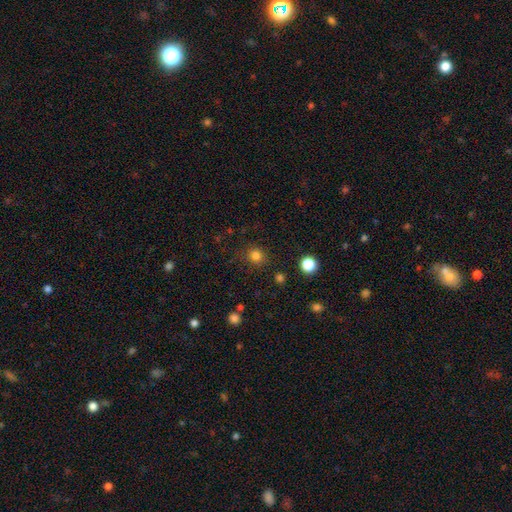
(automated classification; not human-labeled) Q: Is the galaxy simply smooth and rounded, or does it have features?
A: smooth — 80%.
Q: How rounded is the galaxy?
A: round — 89%.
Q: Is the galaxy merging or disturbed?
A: none — 86%.